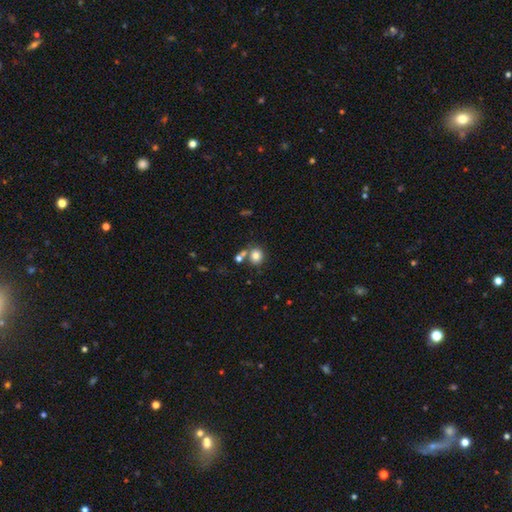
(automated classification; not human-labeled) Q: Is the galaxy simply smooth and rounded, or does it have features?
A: smooth — 79%.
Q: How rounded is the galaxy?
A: round — 77%.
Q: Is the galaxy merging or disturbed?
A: none — 63%.